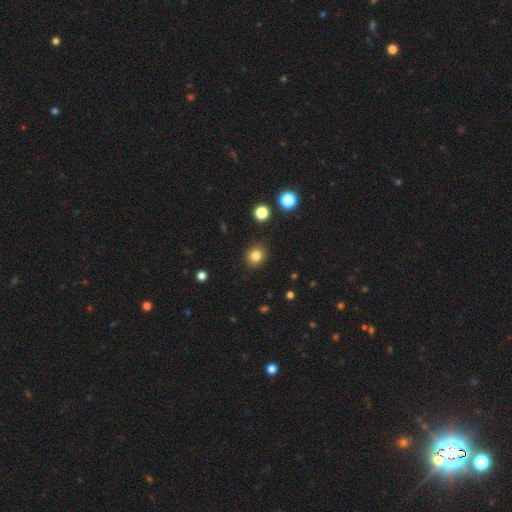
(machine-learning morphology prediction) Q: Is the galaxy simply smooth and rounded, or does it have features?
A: smooth — 82%.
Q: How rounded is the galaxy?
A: round — 82%.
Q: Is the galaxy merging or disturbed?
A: none — 88%.